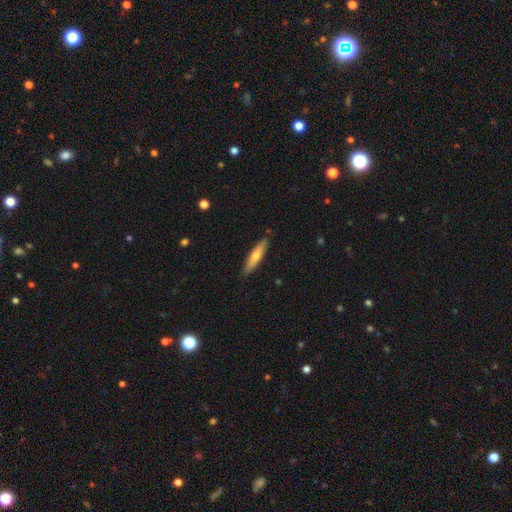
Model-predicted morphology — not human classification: smooth 57%, featured or disk 37%, star or artifact 6%. Down the decision tree: how rounded — cigar-shaped (82%); merging — none (88%).